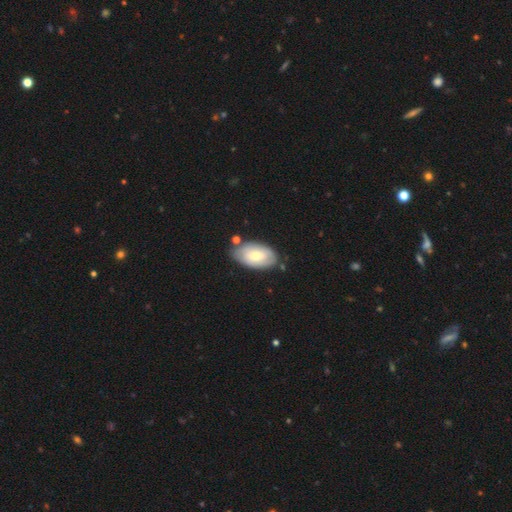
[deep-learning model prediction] Smooth or featured?
  - smooth: 58% *
  - featured or disk: 36%
  - star or artifact: 5%
How rounded?
  - in between: 94% *
  - round: 4%
  - cigar-shaped: 2%
Merging?
  - none: 70% *
  - minor disturbance: 19%
  - merger: 7%
  - major disturbance: 4%